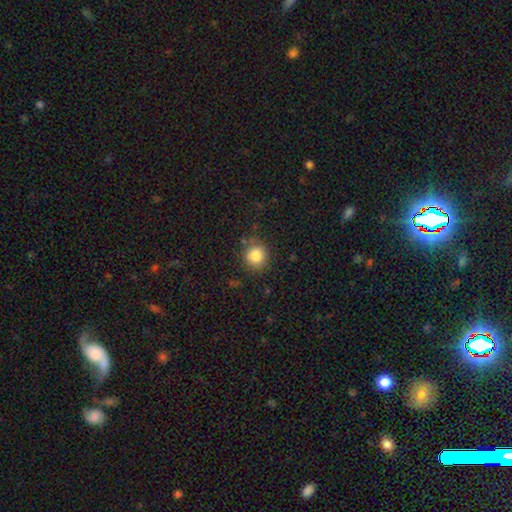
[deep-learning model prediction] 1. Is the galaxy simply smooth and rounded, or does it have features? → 84% smooth, 10% star or artifact, 6% featured or disk.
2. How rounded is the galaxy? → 89% round, 10% in between, 1% cigar-shaped.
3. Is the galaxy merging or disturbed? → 83% none, 11% minor disturbance, 4% major disturbance, 2% merger.